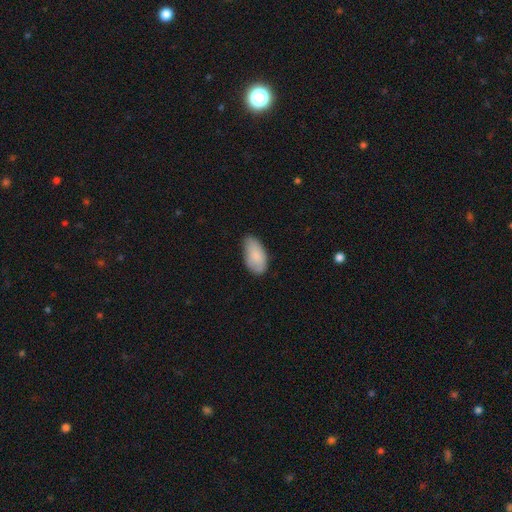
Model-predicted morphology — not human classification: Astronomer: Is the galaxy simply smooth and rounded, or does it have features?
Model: smooth — 84%.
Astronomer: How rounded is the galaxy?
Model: in between — 95%.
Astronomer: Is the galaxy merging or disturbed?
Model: none — 62%.